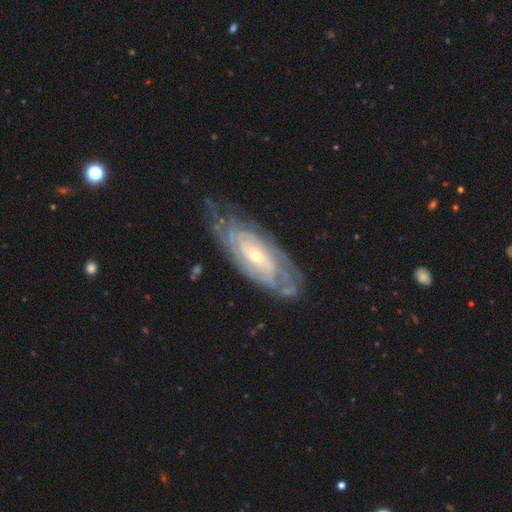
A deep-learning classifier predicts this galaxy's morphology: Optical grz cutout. It shows a featured or disk galaxy (84%) with no bar (59%), tight (76%) spiral arms (92%) and a small central bulge (61%). Merging: none (67%).